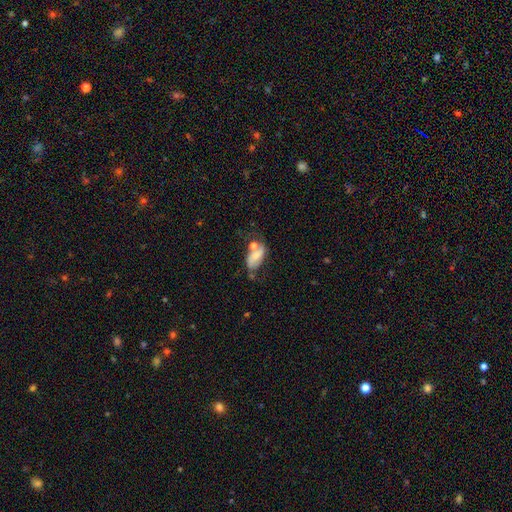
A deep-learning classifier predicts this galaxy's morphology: Smooth or featured? featured or disk (46%)
Merging? none (35%)